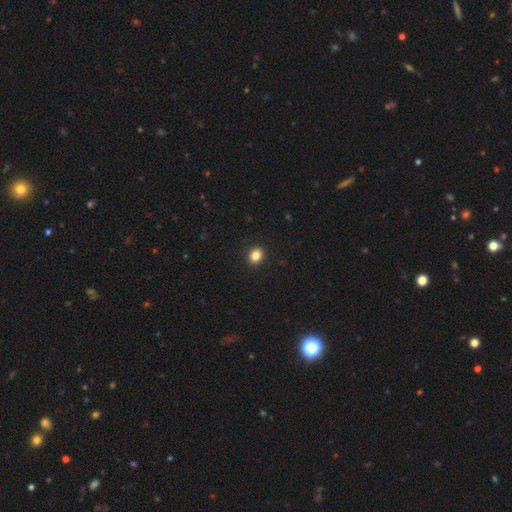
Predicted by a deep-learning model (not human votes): Morphology: type=smooth (85%); roundness=in between (58%); merging=none (92%).